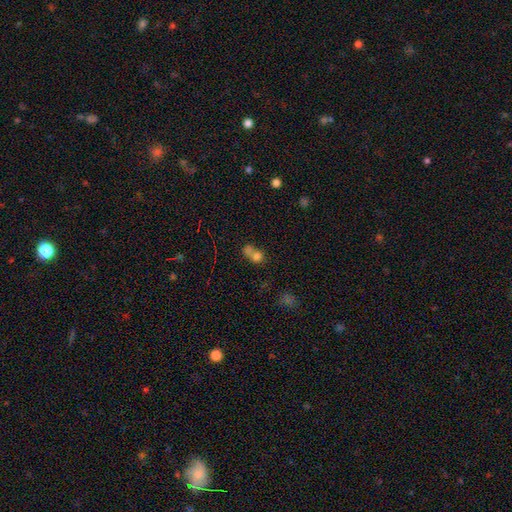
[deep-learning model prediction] Overall: smooth (73%). How rounded: round (66%; in between 32%). Merging: merger (65%).